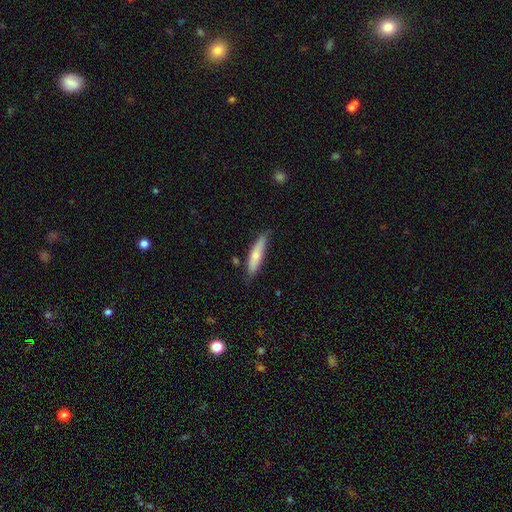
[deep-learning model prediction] Smooth or featured? Predicted: smooth (p=0.66). How rounded? Predicted: cigar-shaped (p=0.72). Merging? Predicted: none (p=0.74).